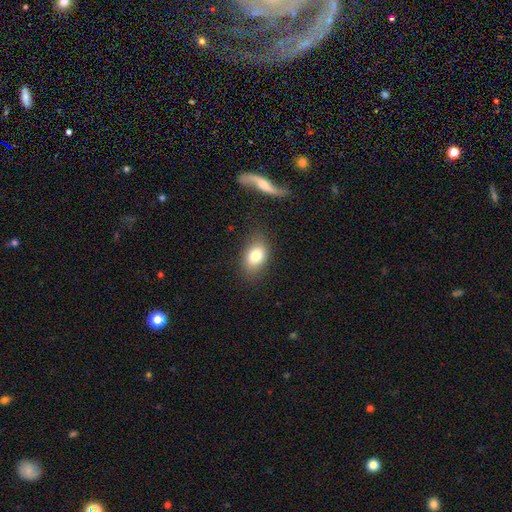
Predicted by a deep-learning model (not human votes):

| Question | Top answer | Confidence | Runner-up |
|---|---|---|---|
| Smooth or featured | smooth | 80% | featured or disk (11%) |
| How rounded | in between | 81% | round (17%) |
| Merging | none | 81% | minor disturbance (13%) |